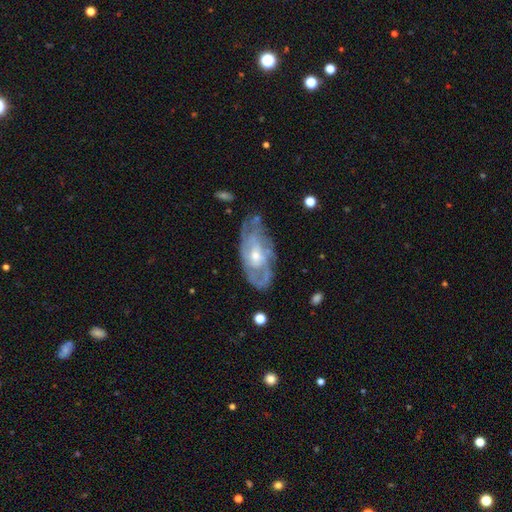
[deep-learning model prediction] Smooth or featured?
  - featured or disk: 81% *
  - smooth: 14%
  - star or artifact: 6%
Edge-on disk?
  - no: 92% *
  - yes: 8%
Bar?
  - no: 63% *
  - weak: 31%
  - strong: 6%
Spiral arms?
  - yes: 85% *
  - no: 15%
Spiral winding?
  - tight: 55% *
  - medium: 35%
  - loose: 11%
Spiral arm count?
  - can't tell: 47% *
  - 2: 25%
  - 3: 14%
  - 4: 6%
  - 1: 4%
  - more than 4: 3%
Bulge size?
  - moderate: 50% *
  - small: 45%
  - large: 3%
  - none: 2%
  - dominant: 1%
Merging?
  - none: 66% *
  - minor disturbance: 23%
  - major disturbance: 9%
  - merger: 2%